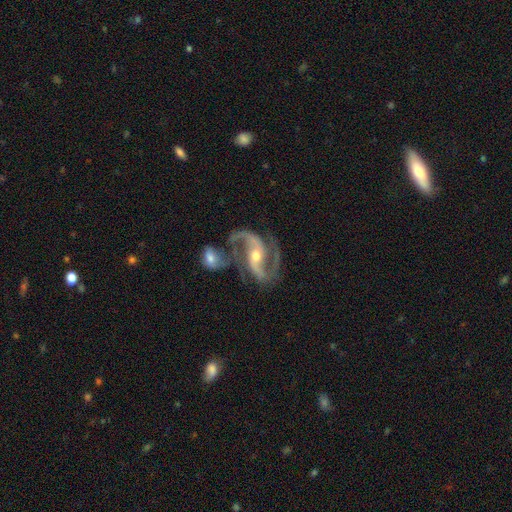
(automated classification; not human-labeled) This appears to be a featured or disk galaxy (91%) with a strong bar (42%), 2 (90%) medium (53%) spiral arms (98%) and a moderate central bulge (57%). Merging: none (52%).